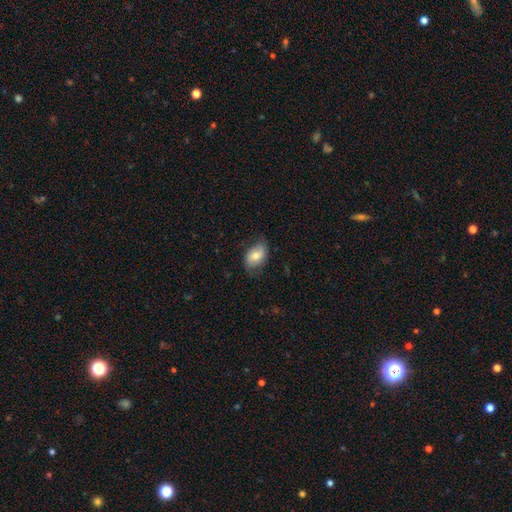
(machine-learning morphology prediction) Smooth or featured? smooth (68%)
How rounded? in between (88%)
Merging? none (69%)